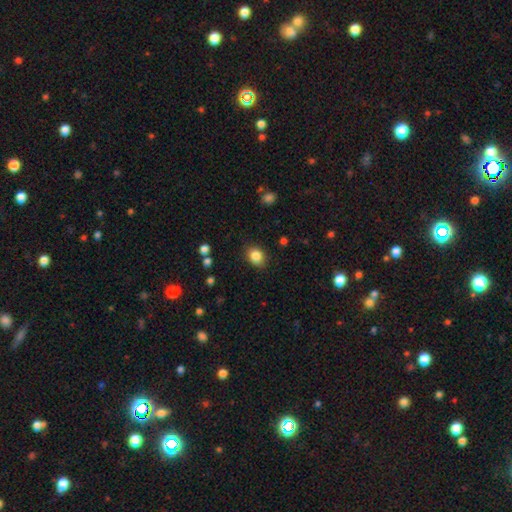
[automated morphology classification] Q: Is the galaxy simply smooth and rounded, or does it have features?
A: smooth — 85%.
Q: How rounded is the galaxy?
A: round — 50%.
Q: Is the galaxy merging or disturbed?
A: none — 84%.